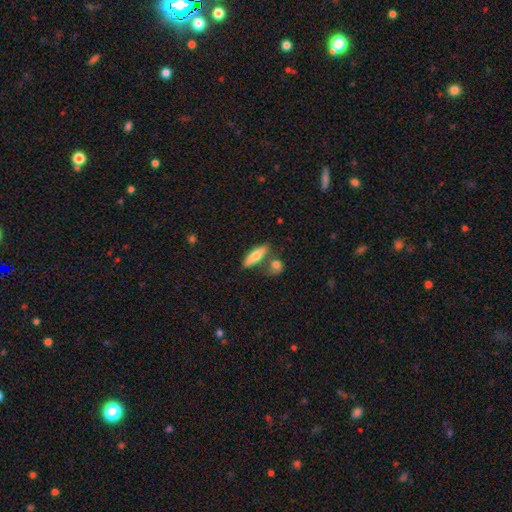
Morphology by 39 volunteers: Smooth or featured? smooth (56%)
How rounded? cigar-shaped (68%)
Merging? none (67%)